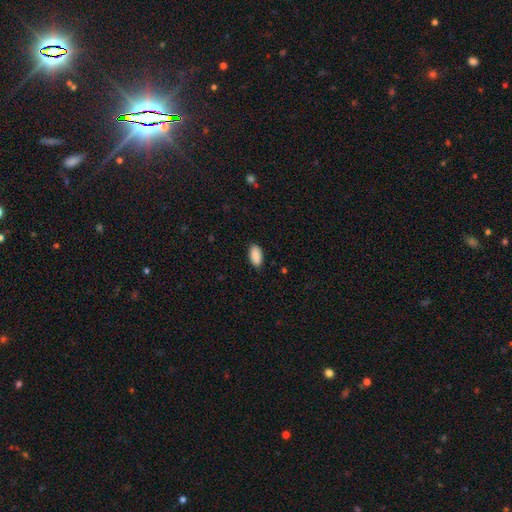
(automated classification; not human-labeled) smooth-or-featured: smooth: 90% | star or artifact: 6% | featured or disk: 4%
  how-rounded: in between: 94% | cigar-shaped: 4% | round: 2%
  merging: none: 87% | minor disturbance: 10% | major disturbance: 2% | merger: 1%